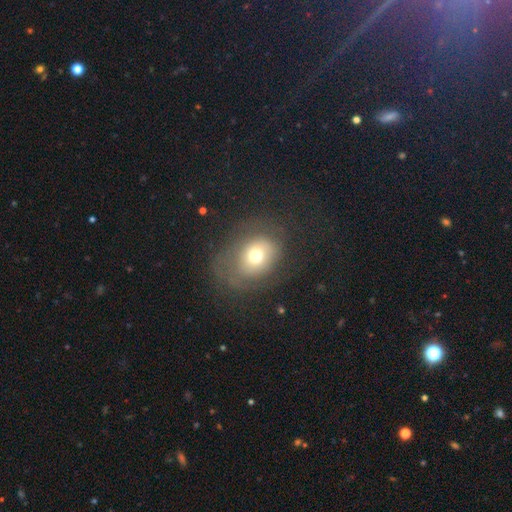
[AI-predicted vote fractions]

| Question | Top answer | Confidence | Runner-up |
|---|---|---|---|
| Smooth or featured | smooth | 62% | featured or disk (25%) |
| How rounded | round | 51% | in between (48%) |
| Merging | none | 56% | major disturbance (22%) |